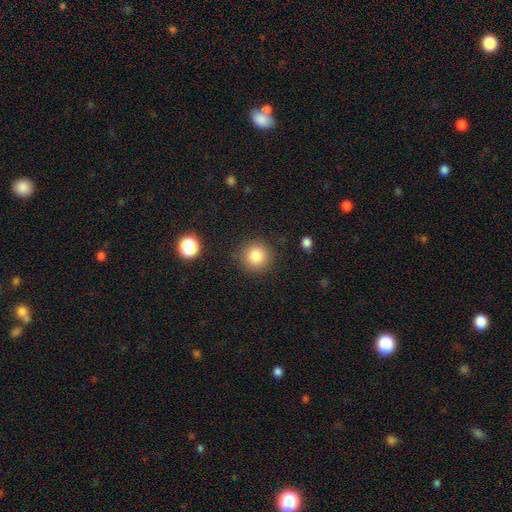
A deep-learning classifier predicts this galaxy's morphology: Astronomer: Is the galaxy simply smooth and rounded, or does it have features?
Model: smooth — 82%.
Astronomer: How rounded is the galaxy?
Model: round — 94%.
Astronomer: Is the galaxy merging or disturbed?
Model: none — 87%.